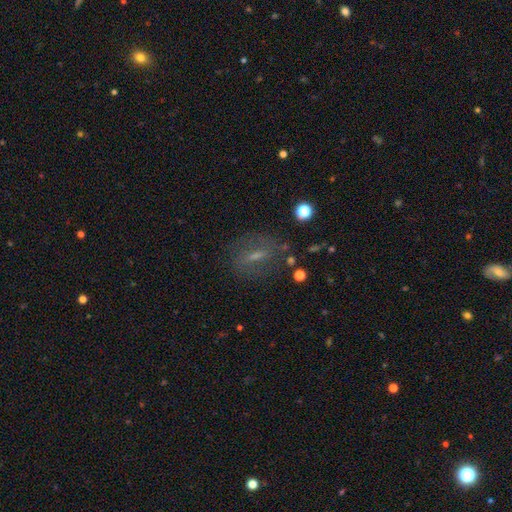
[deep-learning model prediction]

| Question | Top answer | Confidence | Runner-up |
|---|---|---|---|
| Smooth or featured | featured or disk | 44% | smooth (38%) |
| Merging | none | 72% | minor disturbance (15%) |